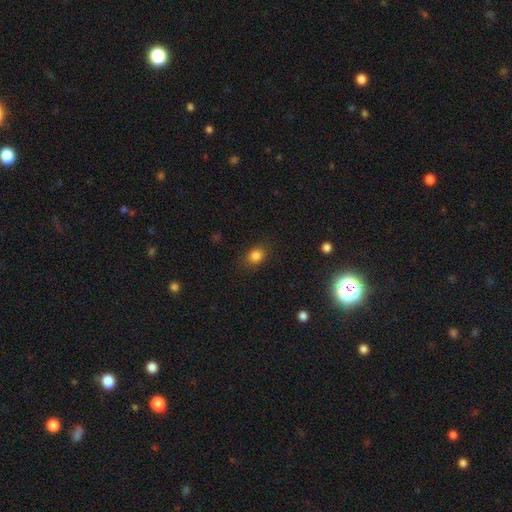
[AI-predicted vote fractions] Q: Smooth or featured?
A: smooth (84%); runner-up: star or artifact (11%)
Q: How rounded?
A: round (53%); runner-up: in between (46%)
Q: Merging?
A: none (84%); runner-up: minor disturbance (11%)